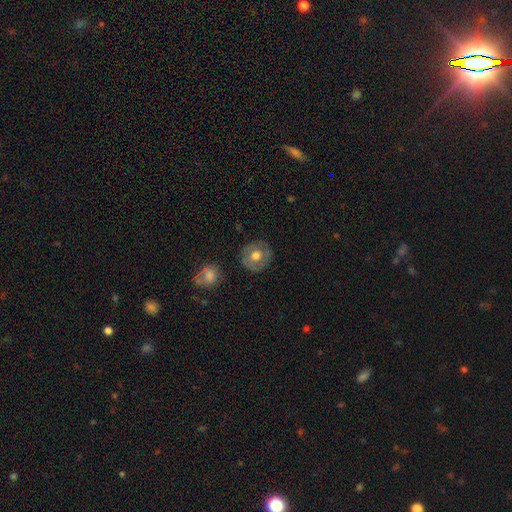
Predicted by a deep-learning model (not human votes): This appears to be a smooth galaxy with no disk features (57%) that is round (88%). Merging: none (83%).